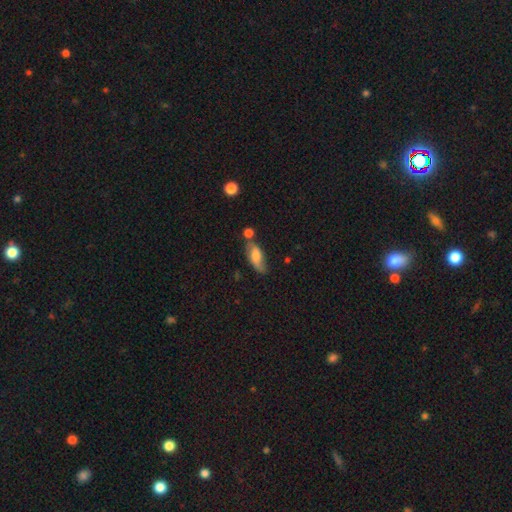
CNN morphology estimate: A smooth galaxy with no disk features (53%) that is in between round and cigar-shaped (77%). Merging: none (55%).